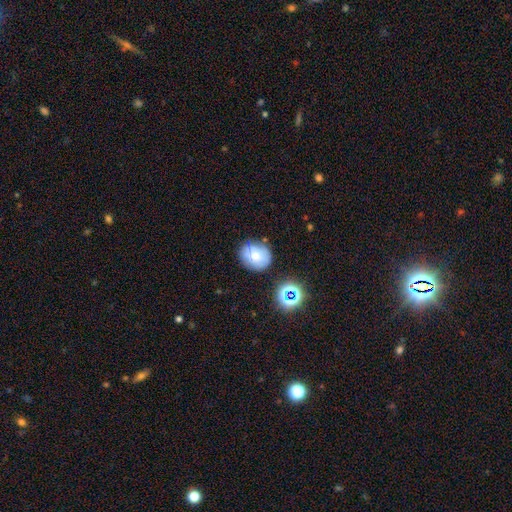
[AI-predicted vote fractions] Overall: smooth (67%). How rounded: round (60%; in between 39%). Merging: none (73%).